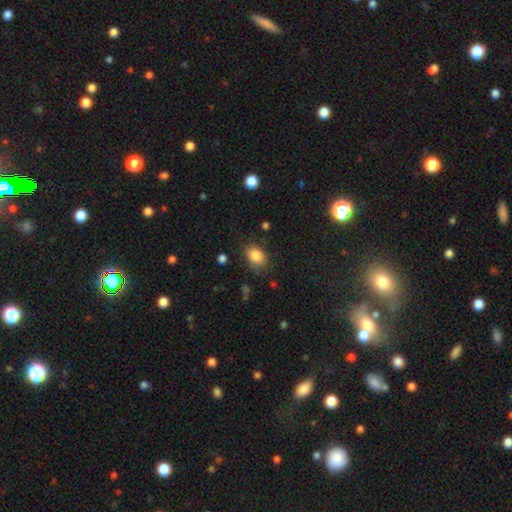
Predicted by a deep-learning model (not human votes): Smooth or featured?
  - smooth: 84% *
  - star or artifact: 9%
  - featured or disk: 6%
How rounded?
  - in between: 66% *
  - round: 33%
  - cigar-shaped: 1%
Merging?
  - none: 74% *
  - minor disturbance: 18%
  - major disturbance: 5%
  - merger: 2%